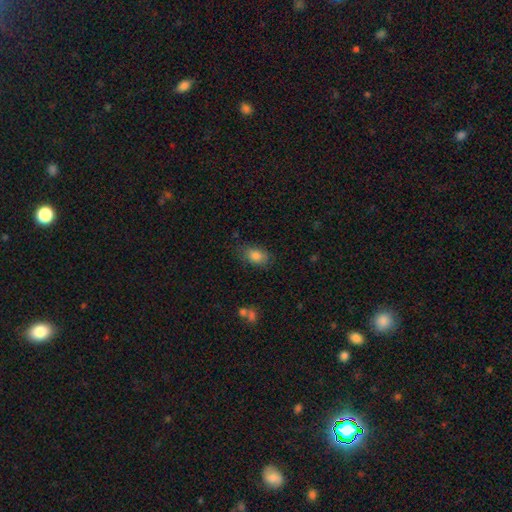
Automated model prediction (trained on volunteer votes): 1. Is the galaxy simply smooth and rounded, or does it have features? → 83% smooth, 9% featured or disk, 8% star or artifact.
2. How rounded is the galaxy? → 85% in between, 13% round, 2% cigar-shaped.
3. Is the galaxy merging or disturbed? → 74% none, 19% minor disturbance, 5% major disturbance, 2% merger.